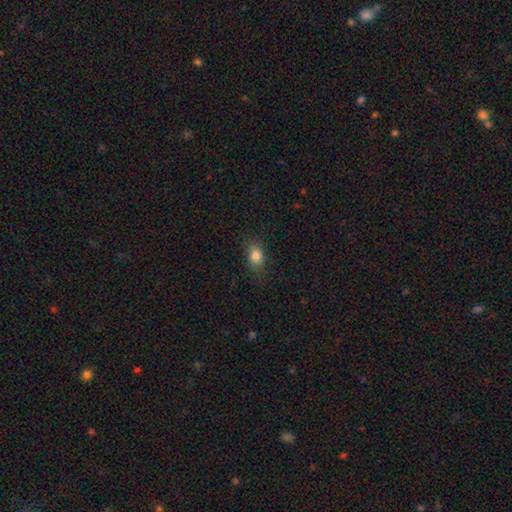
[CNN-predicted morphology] A smooth galaxy with no disk features (81%) that is in between round and cigar-shaped (68%). Merging: none (79%).